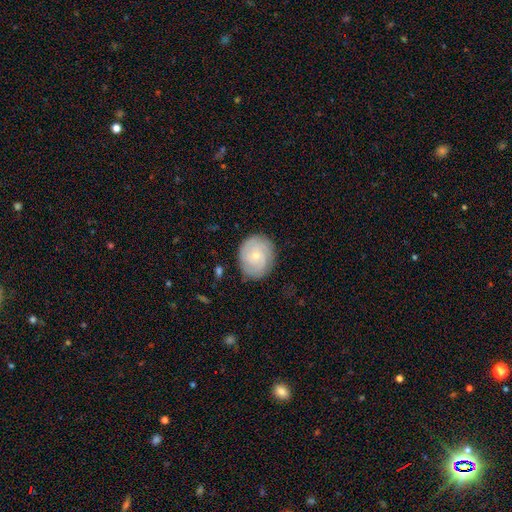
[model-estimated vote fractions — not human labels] A featured or disk galaxy (69%) with no bar (76%), tight (71%) spiral arms (94%) and a small central bulge (73%). Merging: none (84%).